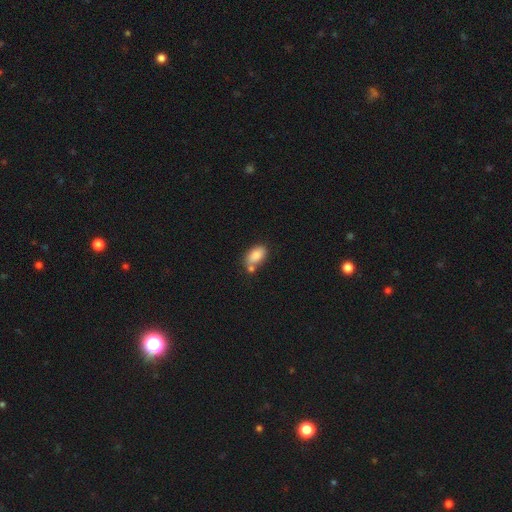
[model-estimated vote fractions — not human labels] Smooth or featured? smooth (85%)
How rounded? in between (91%)
Merging? none (52%)